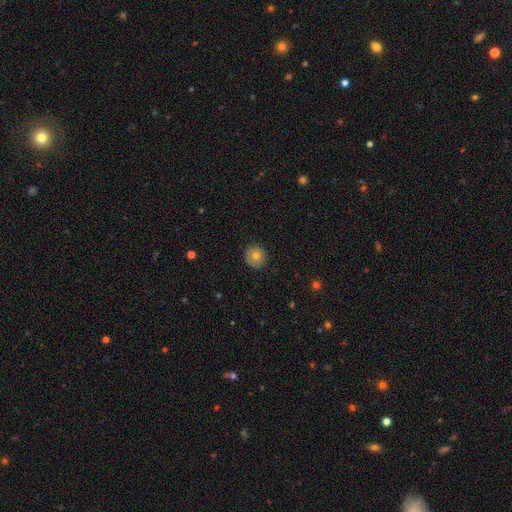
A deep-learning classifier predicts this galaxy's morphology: This appears to be a smooth galaxy with no disk features (69%) that is round (88%). Merging: none (85%).